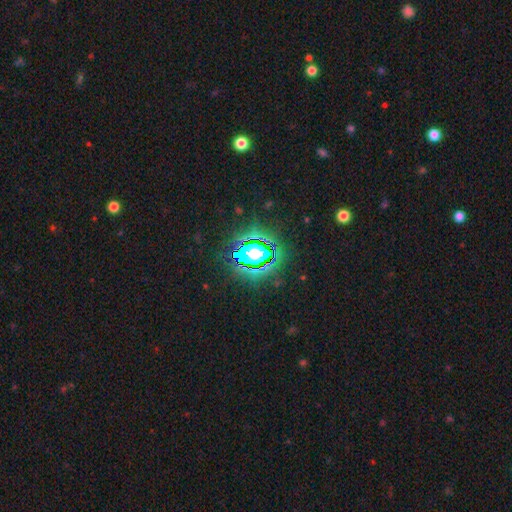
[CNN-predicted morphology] Overall: star or artifact (64%).